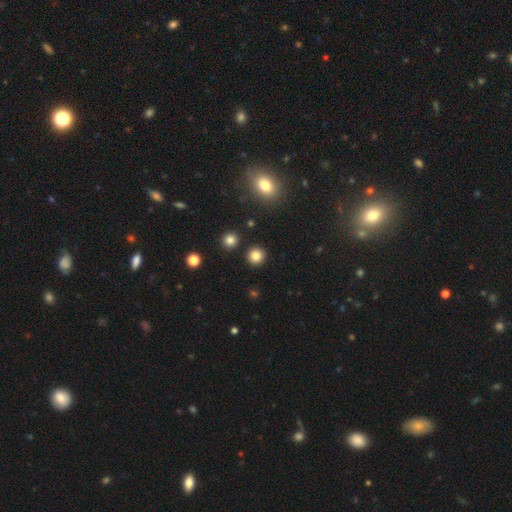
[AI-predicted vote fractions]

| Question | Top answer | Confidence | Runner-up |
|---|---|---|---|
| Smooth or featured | smooth | 84% | star or artifact (12%) |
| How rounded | round | 93% | in between (6%) |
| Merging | none | 91% | minor disturbance (5%) |